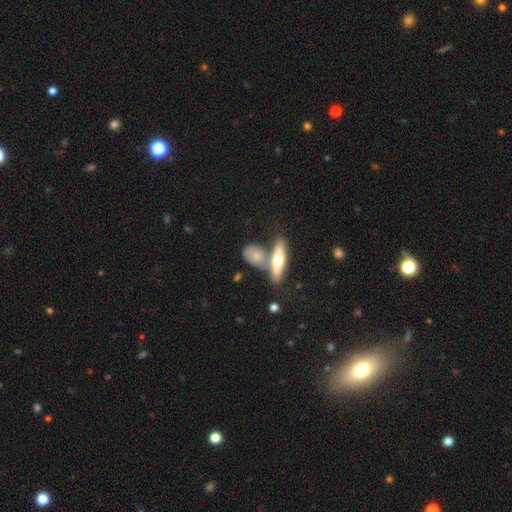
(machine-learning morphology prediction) Overall: smooth (63%; featured or disk 30%). How rounded: in between (62%; cigar-shaped 26%). Merging: none (42%; merger 39%).